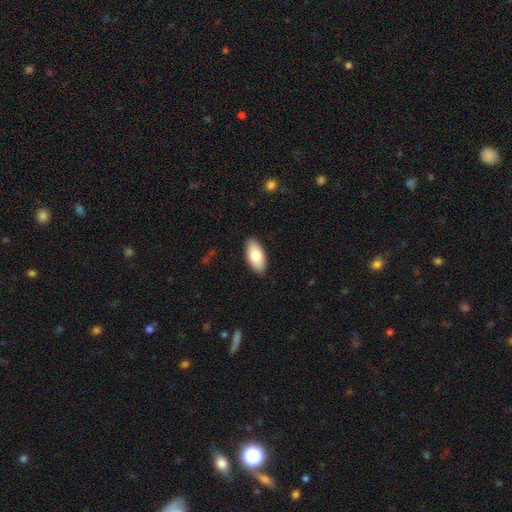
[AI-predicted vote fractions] A smooth galaxy with no disk features (81%) that is in between round and cigar-shaped (93%).

Vote fractions:
- Smooth or featured? smooth: 81% / featured or disk: 14% / star or artifact: 6%
- How rounded? in between: 93% / cigar-shaped: 5% / round: 2%
- Merging? none: 89% / minor disturbance: 8% / major disturbance: 2% / merger: 1%